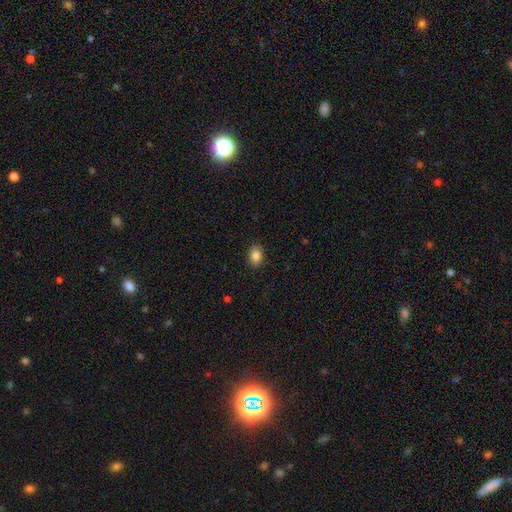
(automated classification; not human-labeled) smooth_or_featured: smooth (p=0.86) [alt: star or artifact p=0.09]
how_rounded: in between (p=0.77) [alt: round p=0.22]
merging: none (p=0.89) [alt: minor disturbance p=0.08]